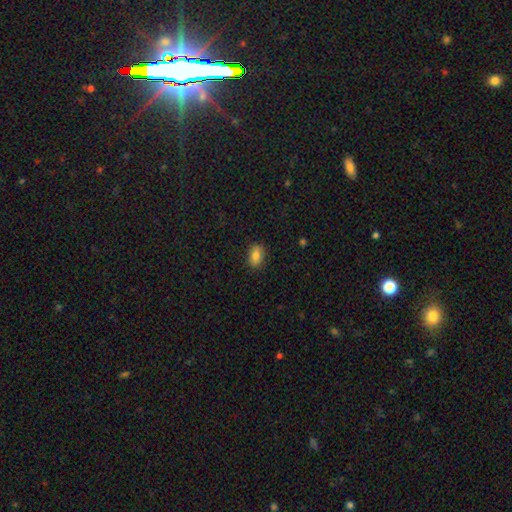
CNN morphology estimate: The model was most divided on "how rounded": in between: 84%, round: 14%, cigar-shaped: 2%. More confident: merging — none (86%); smooth or featured — smooth (84%).